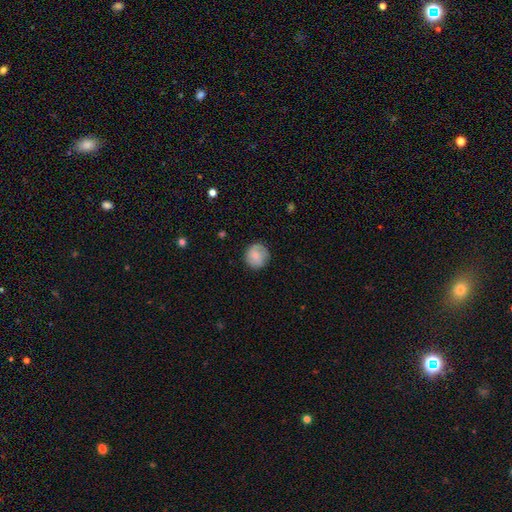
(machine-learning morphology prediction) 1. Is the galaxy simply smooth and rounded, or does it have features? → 74% smooth, 19% featured or disk, 7% star or artifact.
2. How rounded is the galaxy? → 89% round, 10% in between, 1% cigar-shaped.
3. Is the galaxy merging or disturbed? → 80% none, 15% minor disturbance, 4% major disturbance, 1% merger.